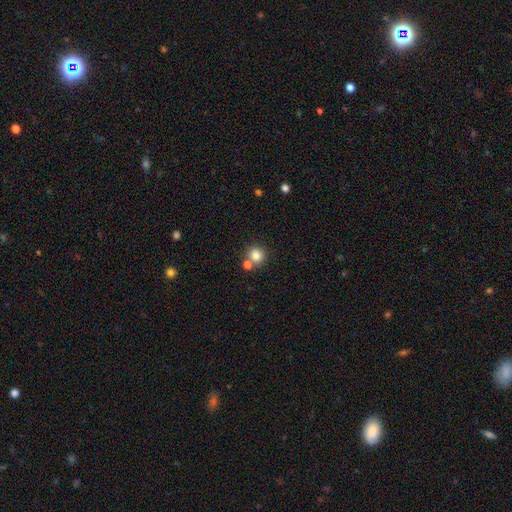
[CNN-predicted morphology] type=smooth (81%); roundness=round (91%); merging=none (68%).